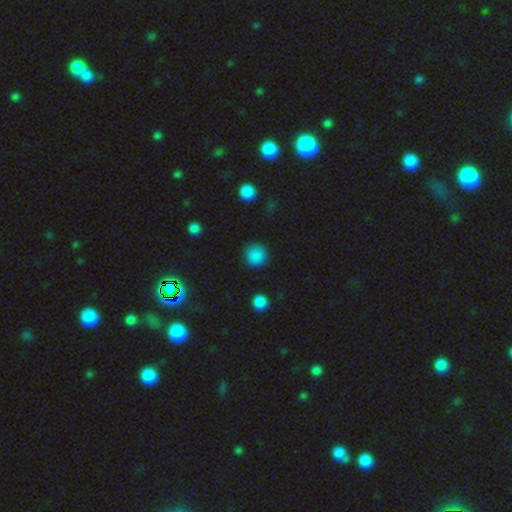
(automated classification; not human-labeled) Morphology: type=smooth (86%); roundness=round (93%); merging=none (88%).